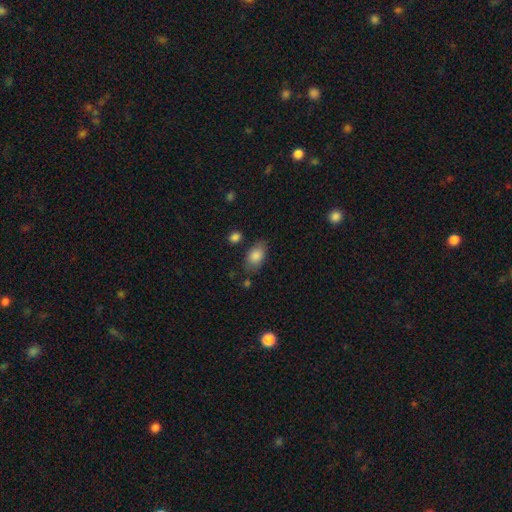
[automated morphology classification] smooth 84%, featured or disk 8%, star or artifact 7%. Down the decision tree: how rounded — in between (89%); merging — none (73%).